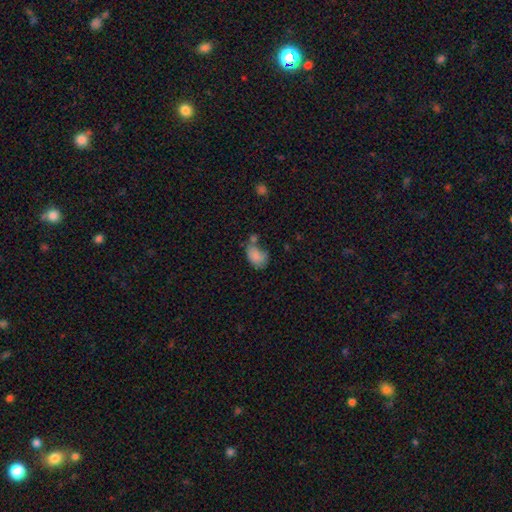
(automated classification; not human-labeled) The model was most divided on "merging": none: 38%, merger: 25%, minor disturbance: 24%, major disturbance: 13%. More confident: how rounded — in between (84%); smooth or featured — smooth (82%).